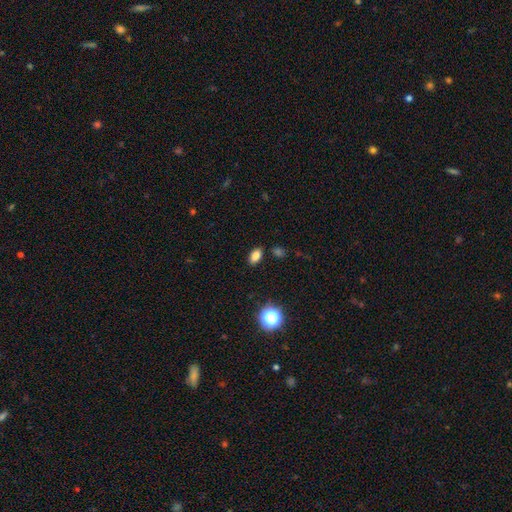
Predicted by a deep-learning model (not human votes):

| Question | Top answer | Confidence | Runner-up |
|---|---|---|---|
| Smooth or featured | smooth | 80% | star or artifact (14%) |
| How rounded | in between | 88% | round (9%) |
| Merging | none | 86% | minor disturbance (9%) |